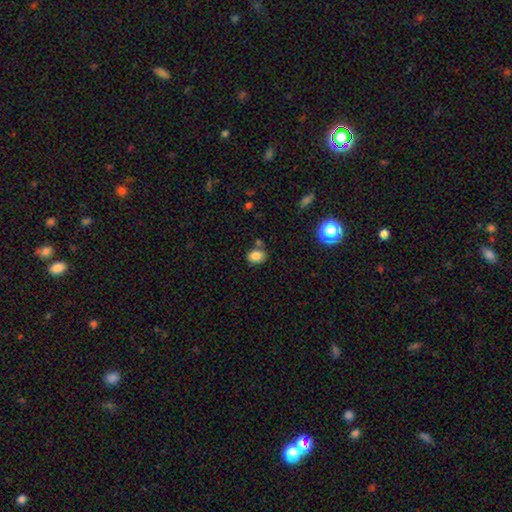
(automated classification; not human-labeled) Smooth or featured? smooth (83%)
How rounded? in between (63%)
Merging? none (73%)